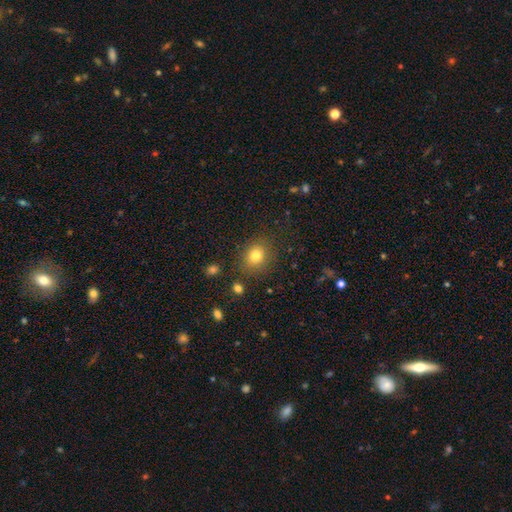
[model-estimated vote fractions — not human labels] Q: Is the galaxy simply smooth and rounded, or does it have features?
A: smooth — 80%.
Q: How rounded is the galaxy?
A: round — 67%.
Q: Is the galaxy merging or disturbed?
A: none — 83%.